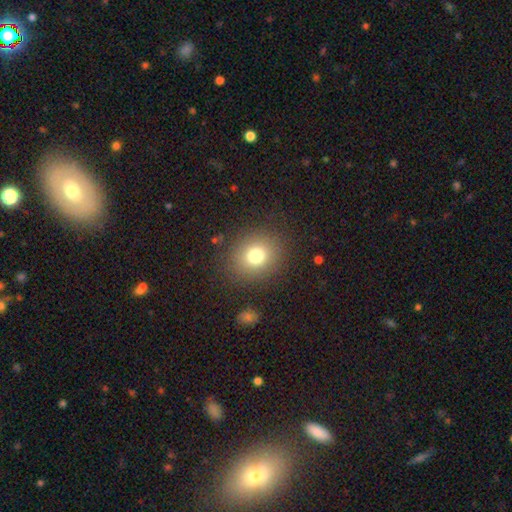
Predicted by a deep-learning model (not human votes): Smooth or featured?
  - smooth: 75% *
  - star or artifact: 14%
  - featured or disk: 10%
How rounded?
  - round: 72% *
  - in between: 27%
  - cigar-shaped: 1%
Merging?
  - none: 86% *
  - minor disturbance: 8%
  - major disturbance: 4%
  - merger: 1%